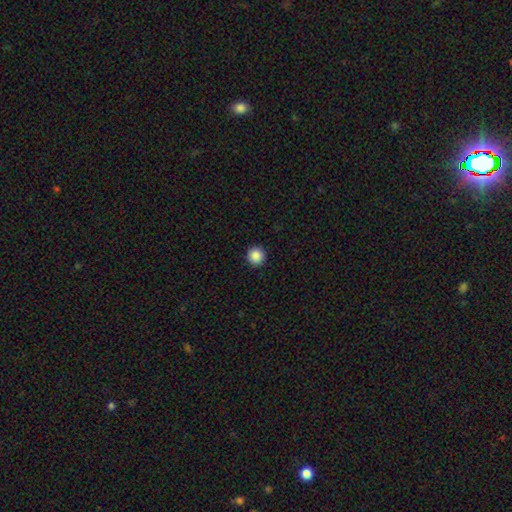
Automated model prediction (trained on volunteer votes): smooth_or_featured: smooth (p=0.88) [alt: star or artifact p=0.10]
how_rounded: round (p=0.96) [alt: in between p=0.03]
merging: none (p=0.93) [alt: minor disturbance p=0.05]